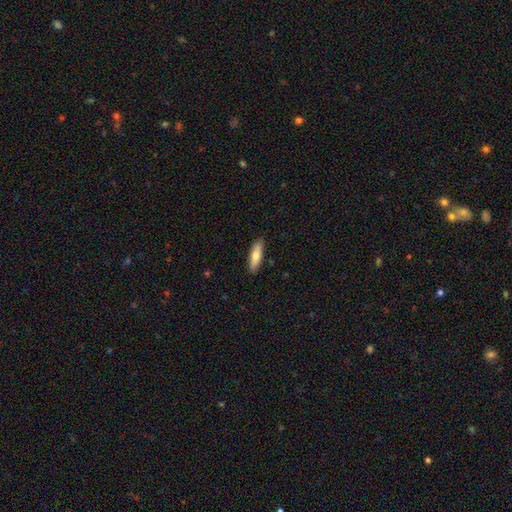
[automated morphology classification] Overall: smooth (74%). How rounded: cigar-shaped (58%; in between 40%). Merging: none (87%).